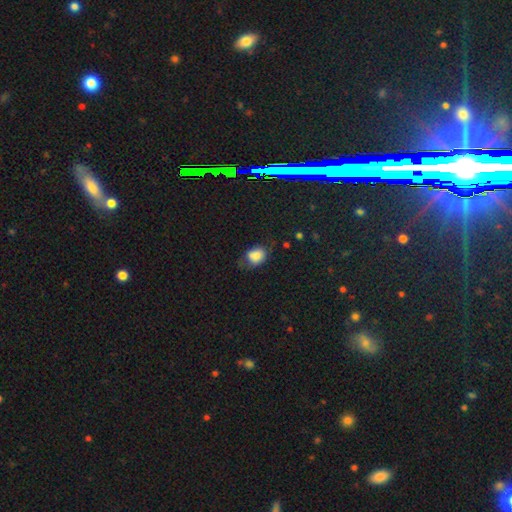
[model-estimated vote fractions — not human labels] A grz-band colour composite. It shows a smooth galaxy with no disk features (81%) that is in between round and cigar-shaped (60%). Merging: none (45%).